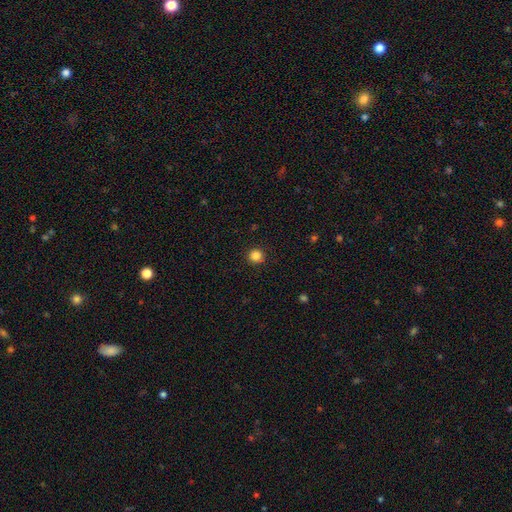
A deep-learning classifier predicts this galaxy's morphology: This appears to be a smooth galaxy with no disk features (85%) that is round (95%). Merging: none (92%).